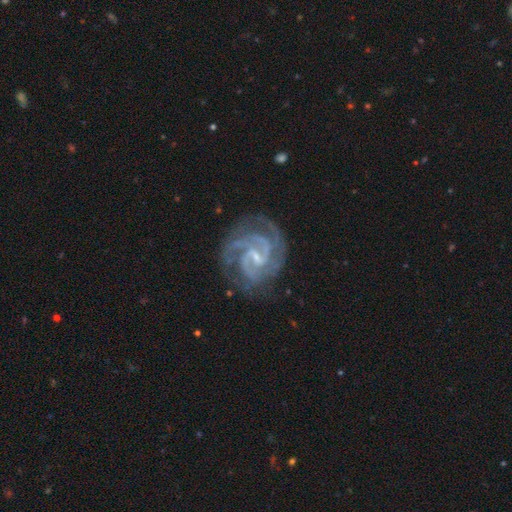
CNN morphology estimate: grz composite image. It shows a featured or disk galaxy (92%) with a weak bar (56%), 2 (42%) tight (56%) spiral arms (99%) and a small central bulge (67%). Merging: none (76%).